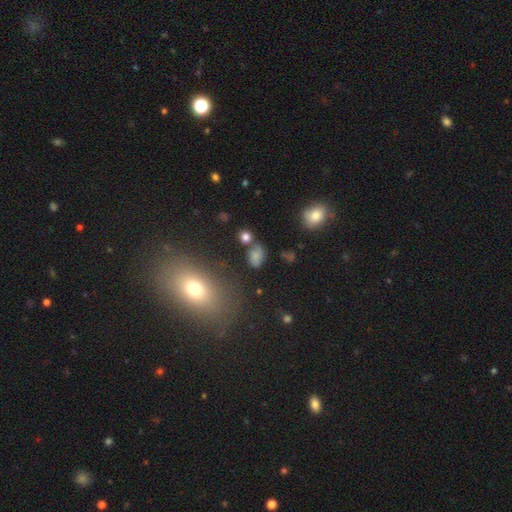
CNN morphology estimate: Overall: smooth (67%). How rounded: in between (70%). Merging: none (56%; minor disturbance 19%).